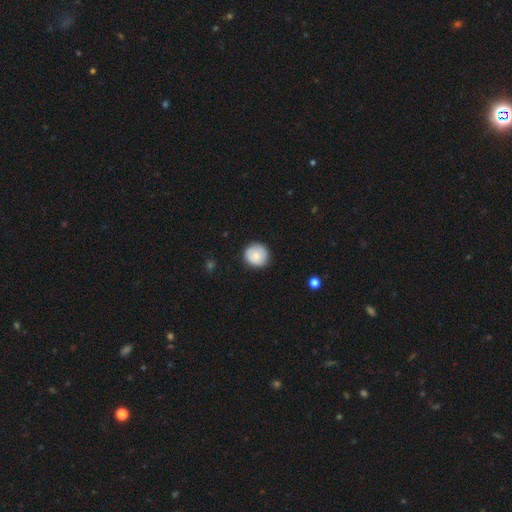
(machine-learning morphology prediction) A smooth galaxy with no disk features (80%) that is round (93%). Merging: none (87%).